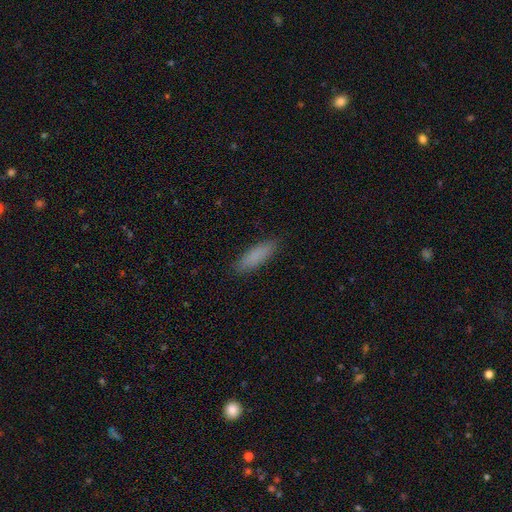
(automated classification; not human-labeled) Overall: smooth (86%). How rounded: cigar-shaped (60%; in between 39%). Merging: none (88%).